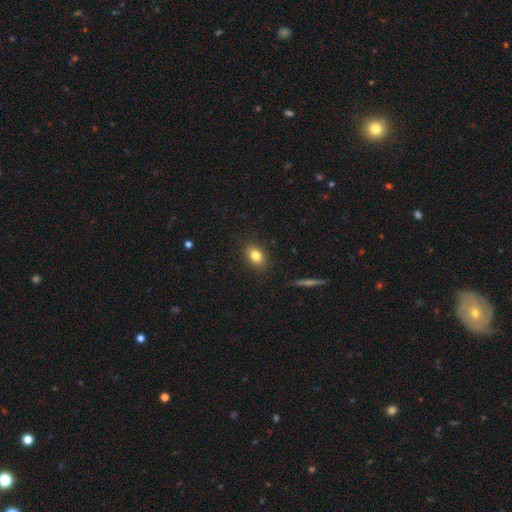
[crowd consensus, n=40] Smooth or featured?
  - smooth: 85% *
  - featured or disk: 12%
  - star or artifact: 2%
How rounded?
  - in between: 76% *
  - round: 24%
  - cigar-shaped: 0%
Merging?
  - none: 85% *
  - minor disturbance: 15%
  - major disturbance: 0%
  - merger: 0%